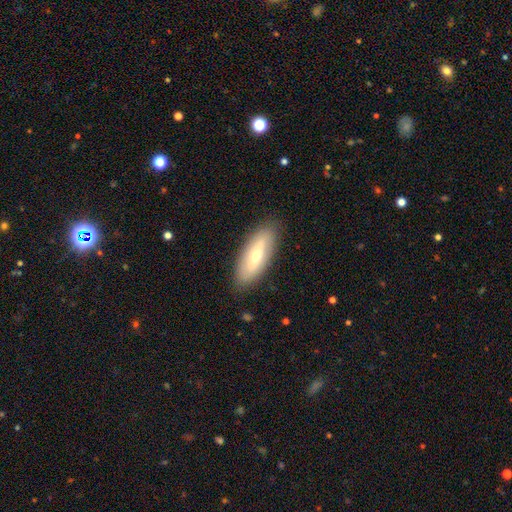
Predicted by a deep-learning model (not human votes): smooth 62%, featured or disk 32%, star or artifact 6%. Down the decision tree: how rounded — in between (66%); merging — none (87%).